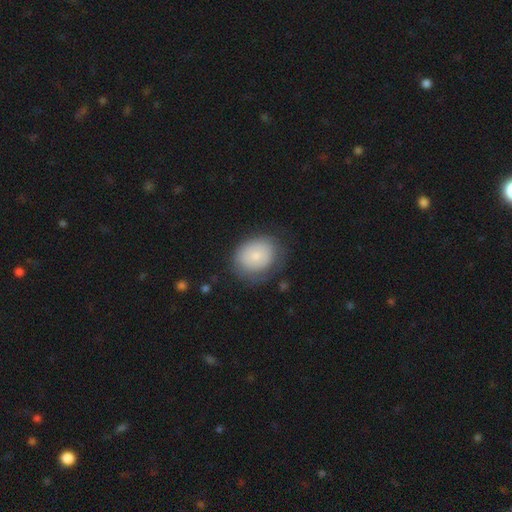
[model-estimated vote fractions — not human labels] Smooth or featured? smooth (72%)
How rounded? round (57%)
Merging? none (69%)